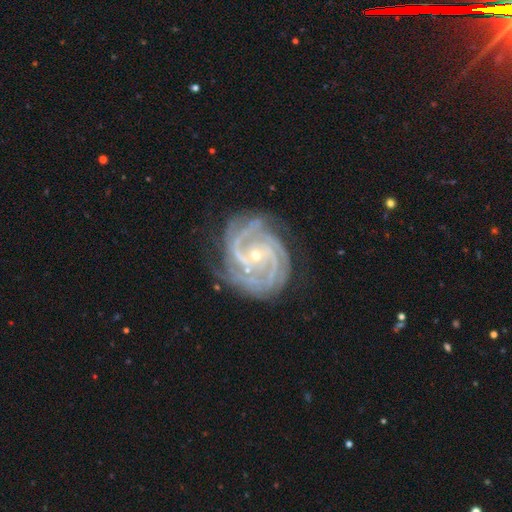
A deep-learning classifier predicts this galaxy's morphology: This appears to be a featured or disk galaxy (92%) with no bar (59%), 3 (29%) tight (68%) spiral arms (99%) and a small central bulge (79%). Merging: none (74%).